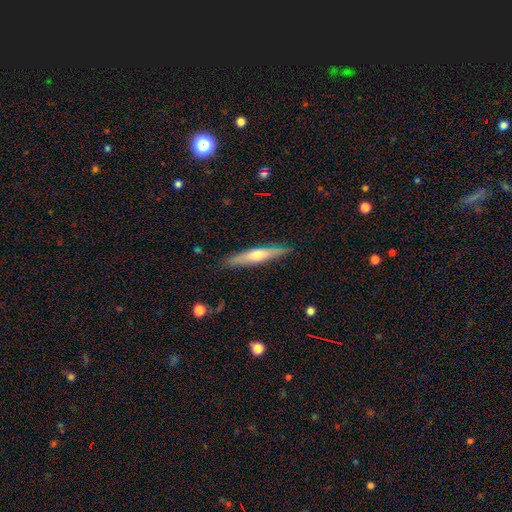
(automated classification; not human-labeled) Overall: featured or disk (61%; smooth 33%). Edge-on disk: yes (94%). Edge-on bulge: rounded (84%). Merging: none (88%).